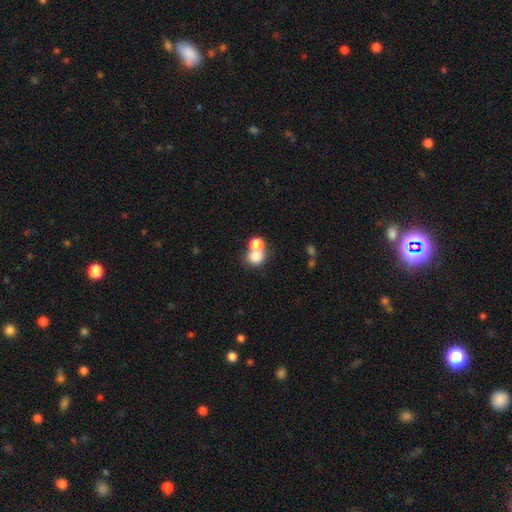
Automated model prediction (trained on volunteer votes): Q: Smooth or featured?
A: smooth (76%); runner-up: star or artifact (12%)
Q: How rounded?
A: round (72%); runner-up: in between (27%)
Q: Merging?
A: merger (52%); runner-up: none (38%)